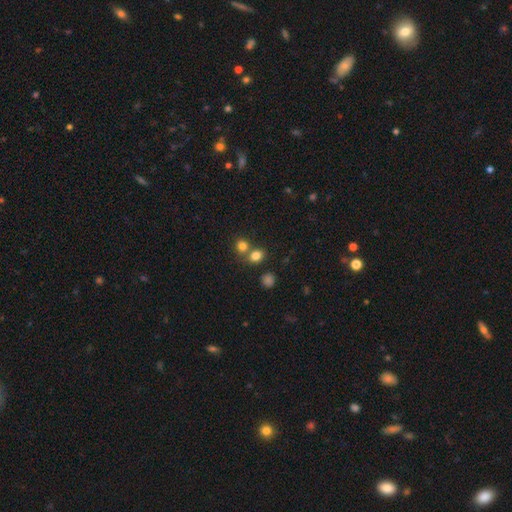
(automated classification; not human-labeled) A smooth galaxy with no disk features (81%) that is round (56%). Merging: none (54%).